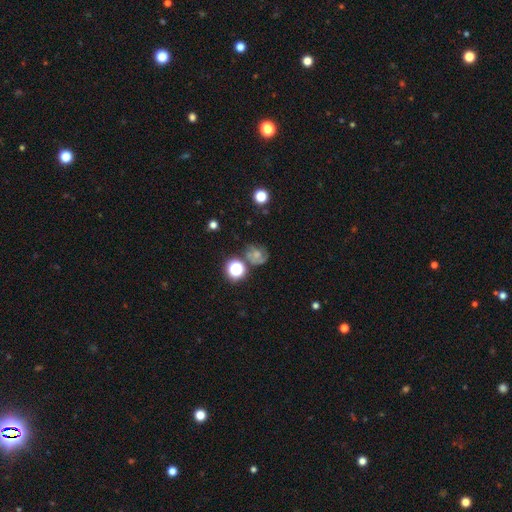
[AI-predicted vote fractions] Smooth or featured? Predicted: featured or disk (p=0.42). Merging? Predicted: none (p=0.54).